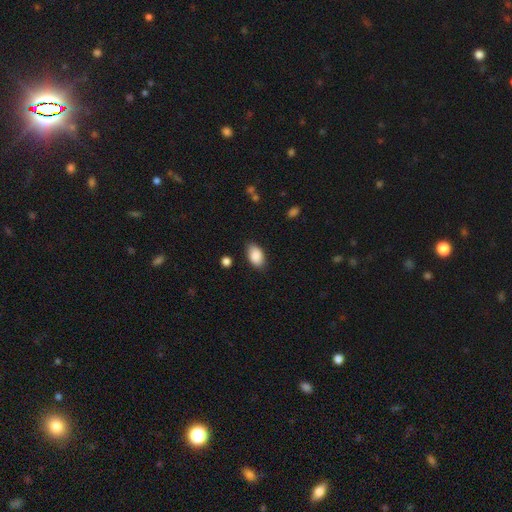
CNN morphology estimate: Smooth or featured? Predicted: smooth (p=0.89). How rounded? Predicted: in between (p=0.93). Merging? Predicted: none (p=0.84).